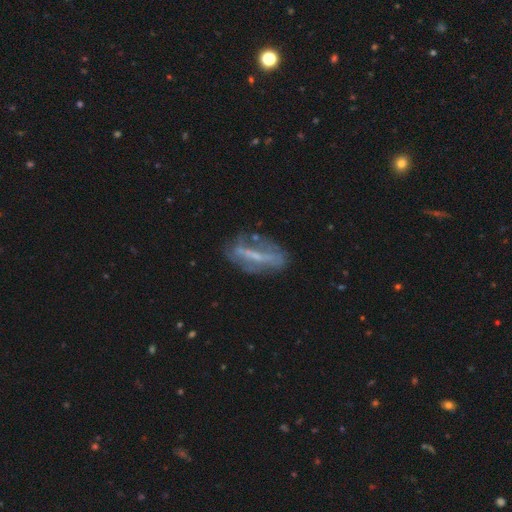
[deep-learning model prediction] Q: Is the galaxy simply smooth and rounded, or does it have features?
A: featured or disk — 65%.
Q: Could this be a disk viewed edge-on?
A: no — 72%.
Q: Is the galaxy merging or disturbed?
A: none — 60%.